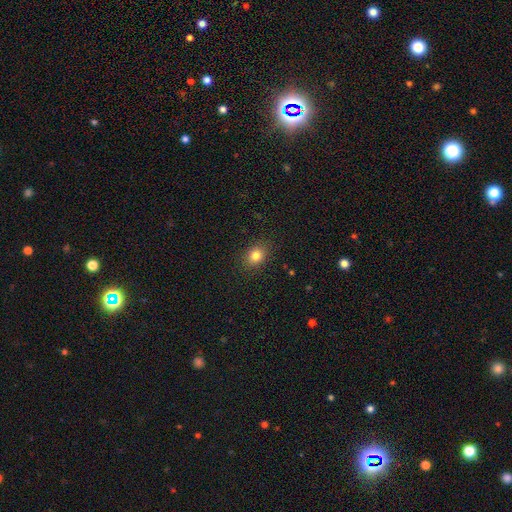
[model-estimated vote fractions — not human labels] Overall: smooth (81%). How rounded: round (56%; in between 43%). Merging: none (88%).